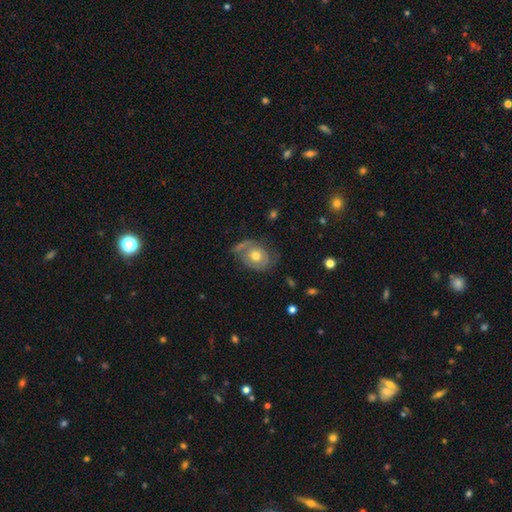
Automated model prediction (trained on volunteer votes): Morphology: type=featured or disk (57%); edge-on=no (95%); bar=no (85%); spiral arms=yes (60%); bulge=moderate (71%); merging=none (50%).